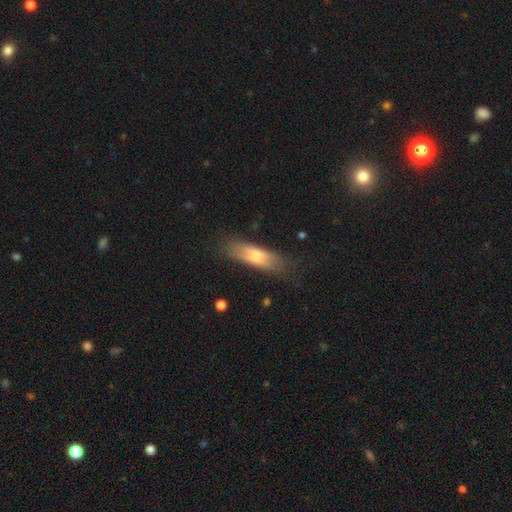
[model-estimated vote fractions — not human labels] Smooth or featured: smooth — 60% (featured or disk — 33%)
How rounded: cigar-shaped — 50% (in between — 47%)
Merging: none — 66% (minor disturbance — 23%)